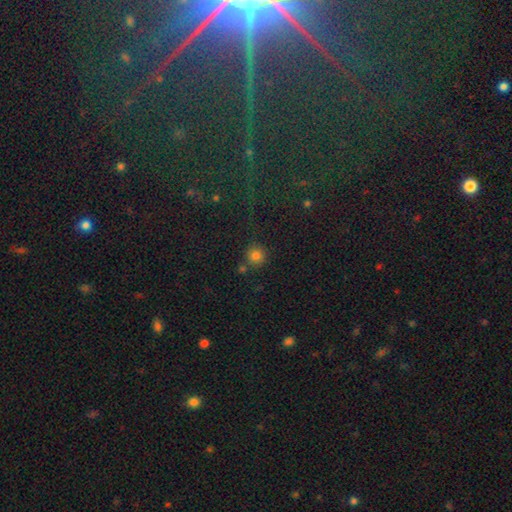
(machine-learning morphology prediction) A smooth galaxy with no disk features (79%) that is round (92%). Merging: none (71%).